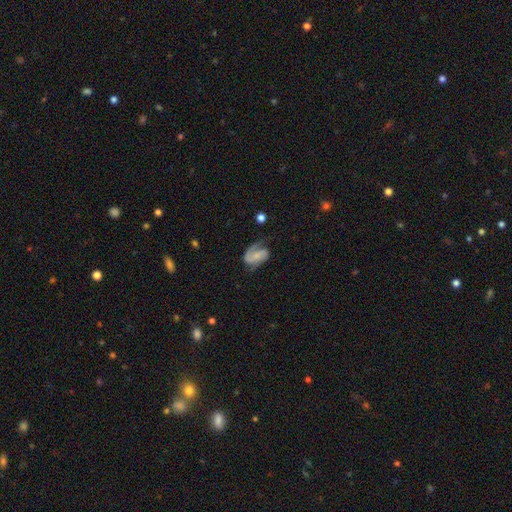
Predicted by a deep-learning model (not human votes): The model was most divided on "bar": no: 46%, weak: 37%, strong: 16%. Remaining: edge-on disk — no (97%); spiral arms — yes (93%); smooth or featured — featured or disk (73%); spiral arm count — 2 (69%); merging — none (53%); bulge size — small (51%); spiral winding — medium (45%).